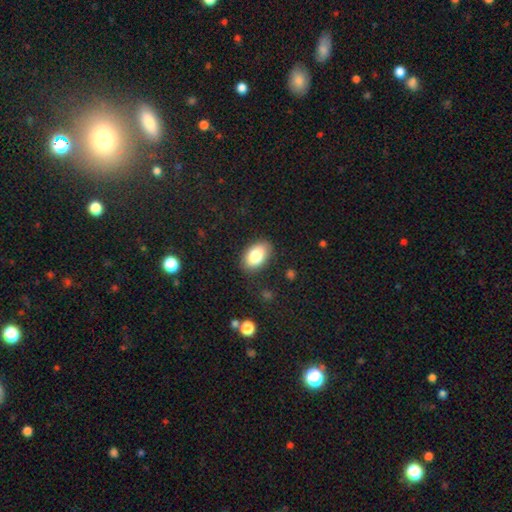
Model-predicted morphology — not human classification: Smooth or featured? Predicted: smooth (p=0.82). How rounded? Predicted: in between (p=0.89). Merging? Predicted: none (p=0.85).